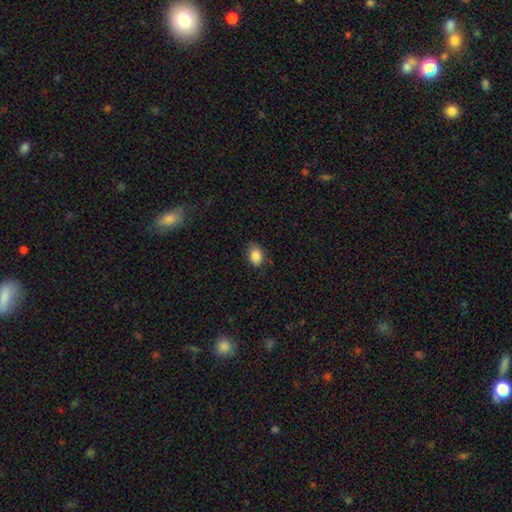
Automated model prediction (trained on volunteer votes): A smooth galaxy with no disk features (87%) that is in between round and cigar-shaped (70%). Merging: none (74%).